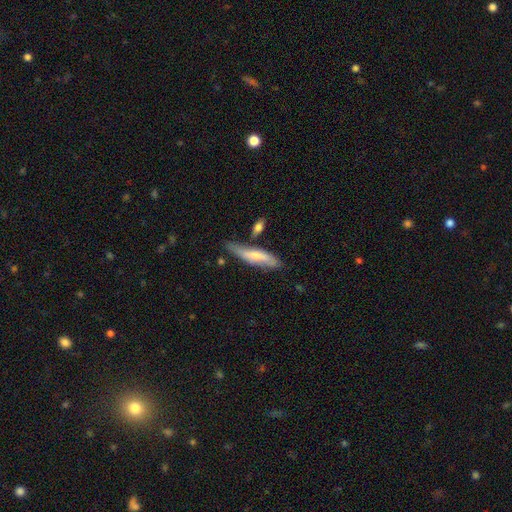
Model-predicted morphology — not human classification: This appears to be a smooth galaxy with no disk features (56%) that is cigar-shaped (73%). Merging: none (57%).